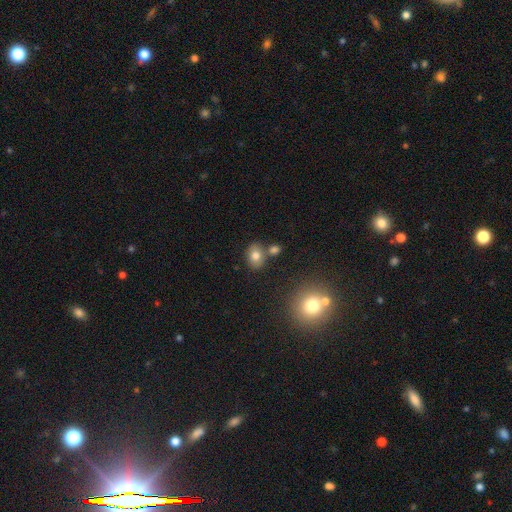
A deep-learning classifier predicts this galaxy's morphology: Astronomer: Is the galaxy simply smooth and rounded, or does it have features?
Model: smooth — 77%.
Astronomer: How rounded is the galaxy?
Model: in between — 62%.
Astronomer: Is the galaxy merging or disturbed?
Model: none — 69%.